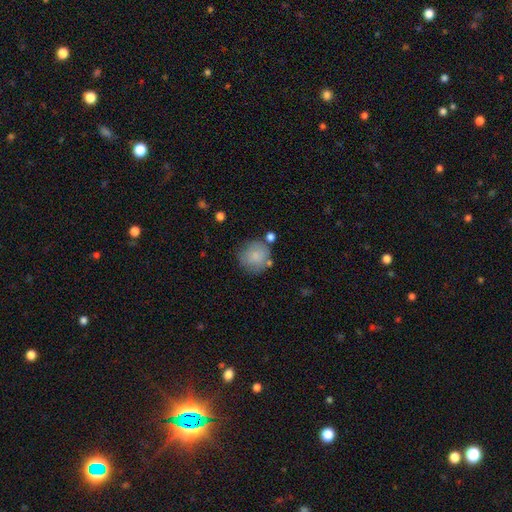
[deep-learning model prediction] A smooth galaxy with no disk features (82%) that is round (90%). Merging: none (70%).